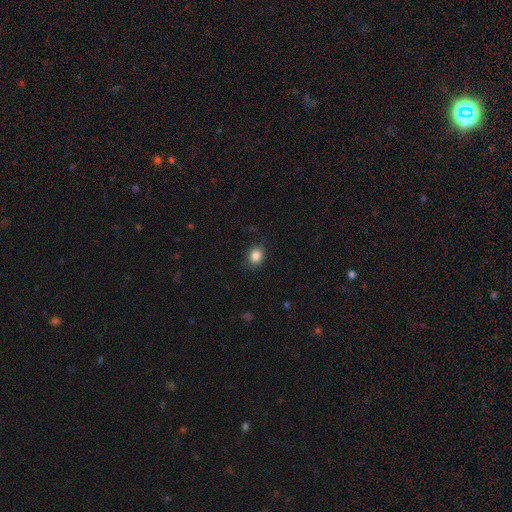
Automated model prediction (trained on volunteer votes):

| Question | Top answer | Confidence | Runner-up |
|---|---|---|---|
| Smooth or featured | smooth | 86% | star or artifact (10%) |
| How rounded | round | 51% | in between (48%) |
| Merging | none | 83% | minor disturbance (13%) |